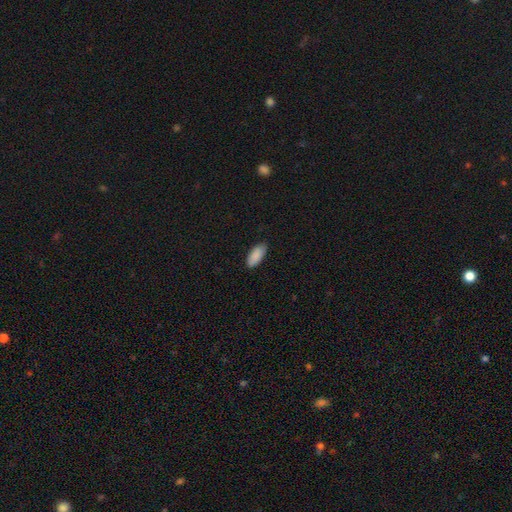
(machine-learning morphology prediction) Smooth or featured? Predicted: smooth (p=0.90). How rounded? Predicted: in between (p=0.87). Merging? Predicted: none (p=0.84).